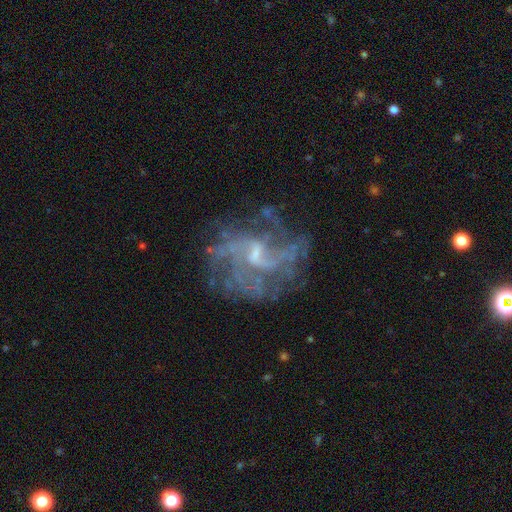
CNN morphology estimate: Q: Smooth or featured?
A: featured or disk (81%); runner-up: star or artifact (11%)
Q: Edge-on disk?
A: no (98%); runner-up: yes (2%)
Q: Bar?
A: weak (55%); runner-up: no (32%)
Q: Spiral arms?
A: yes (84%); runner-up: no (16%)
Q: Spiral winding?
A: loose (44%); runner-up: medium (38%)
Q: Spiral arm count?
A: can't tell (37%); runner-up: 2 (22%)
Q: Bulge size?
A: small (54%); runner-up: moderate (27%)
Q: Merging?
A: none (59%); runner-up: major disturbance (21%)